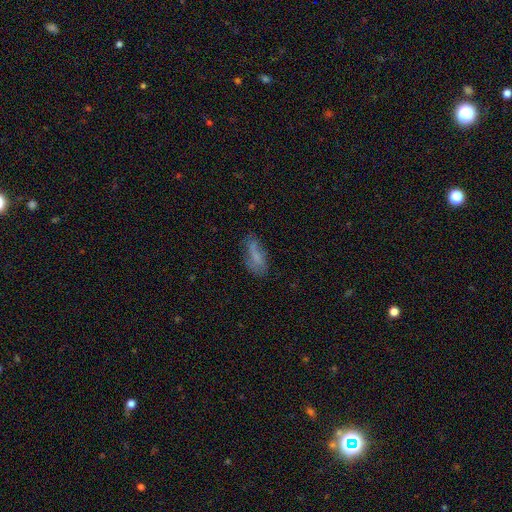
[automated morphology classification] Q: Smooth or featured?
A: smooth (66%); runner-up: featured or disk (25%)
Q: How rounded?
A: in between (73%); runner-up: cigar-shaped (24%)
Q: Merging?
A: none (57%); runner-up: minor disturbance (27%)